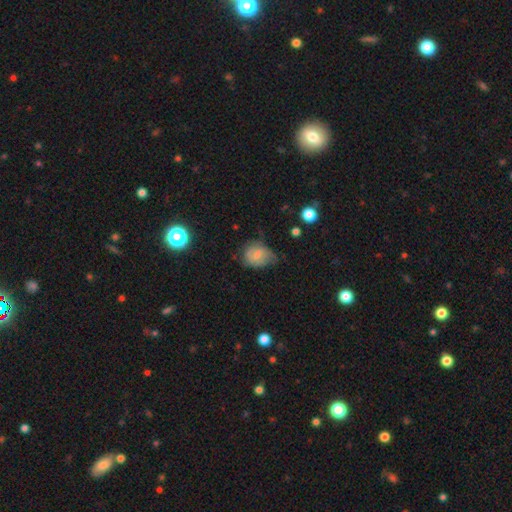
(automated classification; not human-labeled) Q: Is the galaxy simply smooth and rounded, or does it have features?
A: smooth — 61%.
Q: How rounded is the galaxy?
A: in between — 57%.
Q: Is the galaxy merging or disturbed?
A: minor disturbance — 41%.